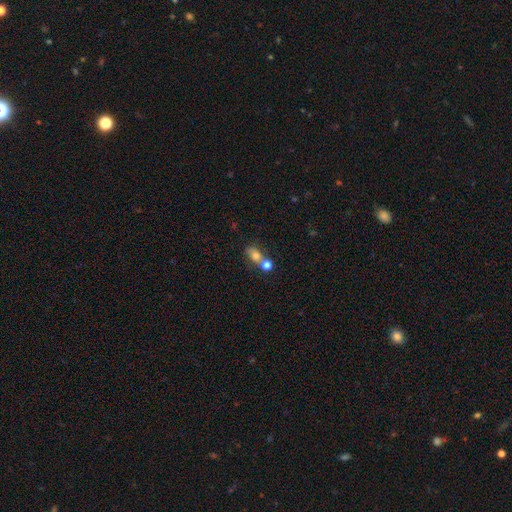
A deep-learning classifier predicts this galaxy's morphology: Smooth or featured? Predicted: smooth (p=0.72). How rounded? Predicted: in between (p=0.56). Merging? Predicted: merger (p=0.42).